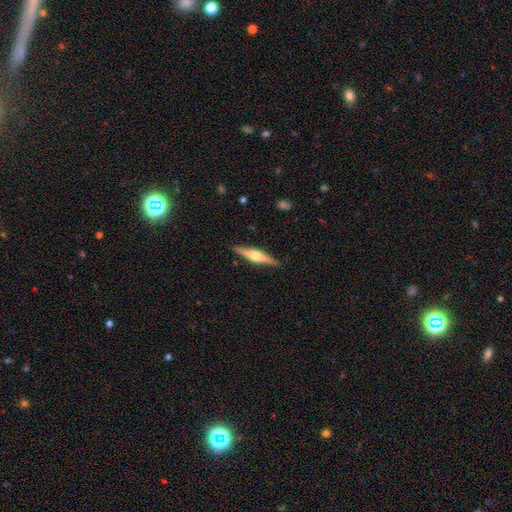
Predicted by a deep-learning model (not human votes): A featured or disk galaxy (72%) viewed edge-on (98%) with a rounded central bulge (92%). Merging: none (90%).